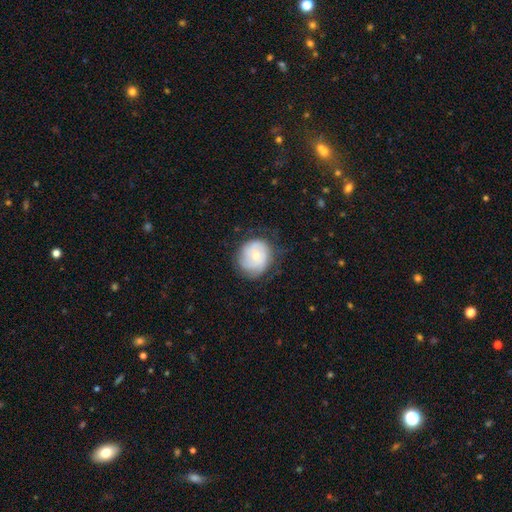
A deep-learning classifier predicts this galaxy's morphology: This appears to be a featured or disk galaxy (48%). Merging: none (67%).